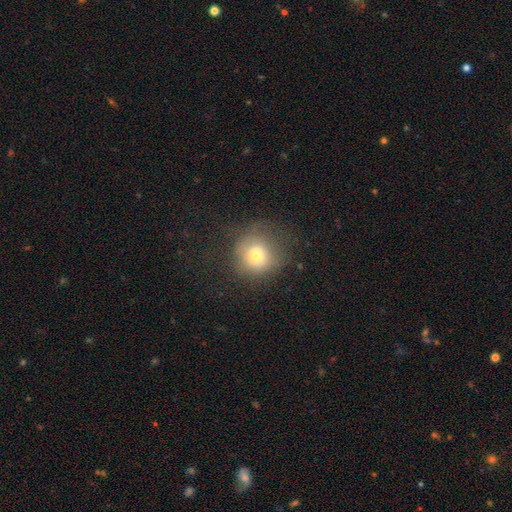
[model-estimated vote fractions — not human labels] Overall: smooth (68%). How rounded: round (89%). Merging: none (58%; minor disturbance 21%).